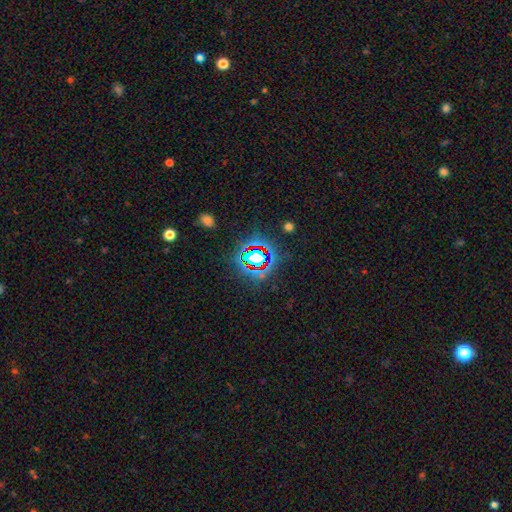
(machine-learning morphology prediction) A star or artifact, not a galaxy (73%).